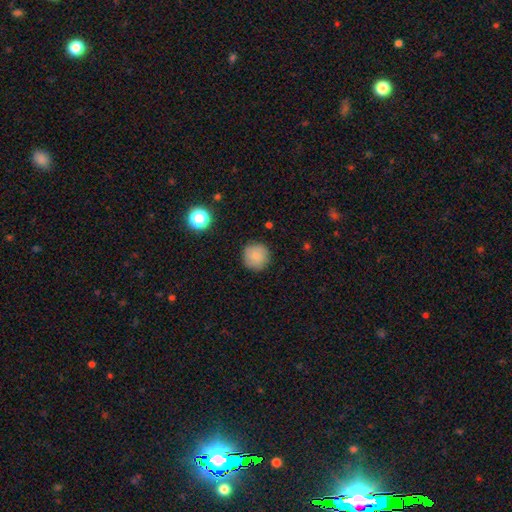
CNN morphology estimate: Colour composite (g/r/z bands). It shows a smooth galaxy with no disk features (83%) that is round (95%). Merging: none (88%).